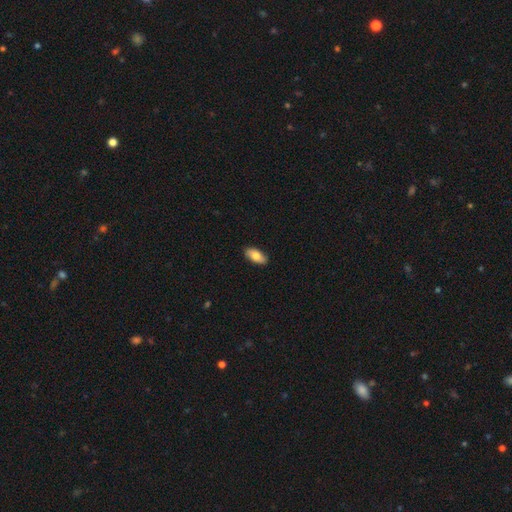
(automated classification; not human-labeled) The model was most divided on "smooth or featured": smooth: 81%, featured or disk: 13%, star or artifact: 6%. More confident: merging — none (89%); how rounded — in between (89%).